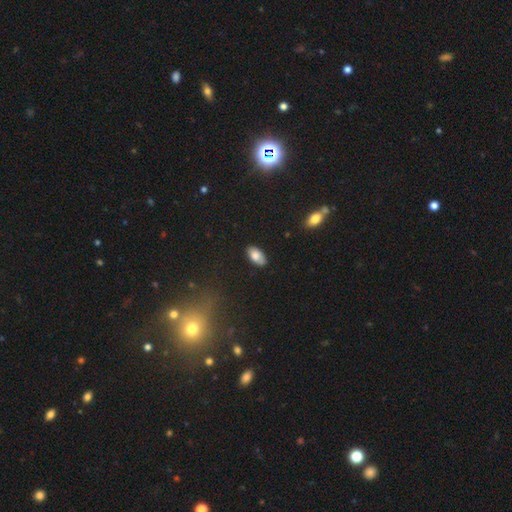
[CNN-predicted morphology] Smooth or featured: smooth — 82% (featured or disk — 11%)
How rounded: in between — 94% (cigar-shaped — 3%)
Merging: none — 84% (minor disturbance — 12%)